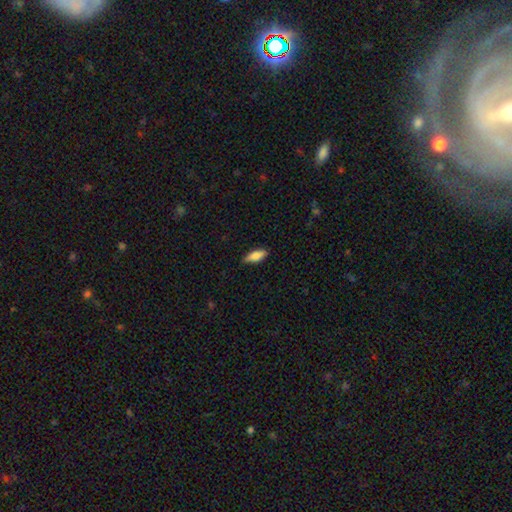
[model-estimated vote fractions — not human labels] This appears to be a smooth galaxy with no disk features (78%) that is in between round and cigar-shaped (69%). Merging: none (82%).